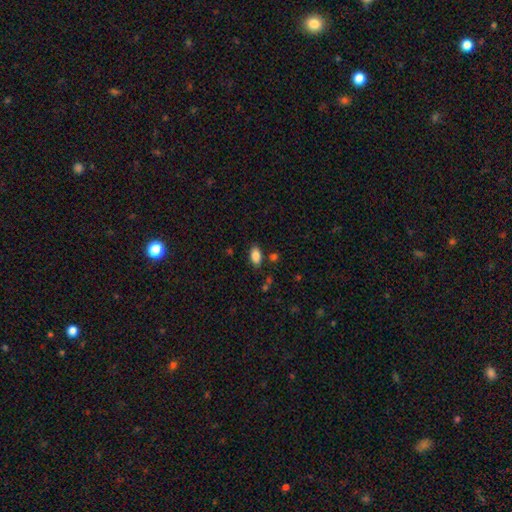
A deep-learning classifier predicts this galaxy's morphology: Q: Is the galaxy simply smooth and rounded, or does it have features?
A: smooth — 86%.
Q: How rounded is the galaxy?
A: in between — 91%.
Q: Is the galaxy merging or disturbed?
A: none — 81%.